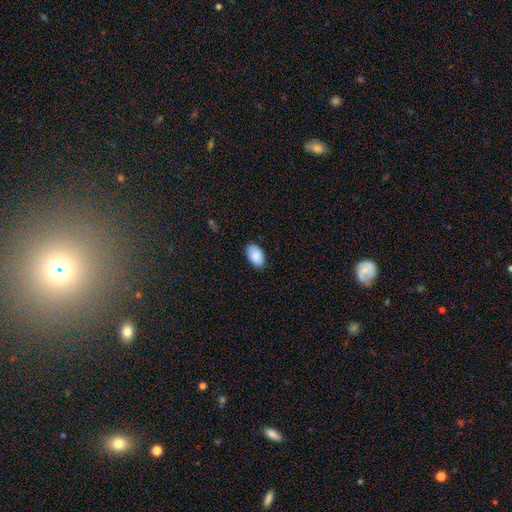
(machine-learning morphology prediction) smooth-or-featured: smooth: 89% | star or artifact: 6% | featured or disk: 5%
  how-rounded: in between: 93% | round: 6% | cigar-shaped: 1%
  merging: none: 84% | minor disturbance: 12% | major disturbance: 2% | merger: 1%